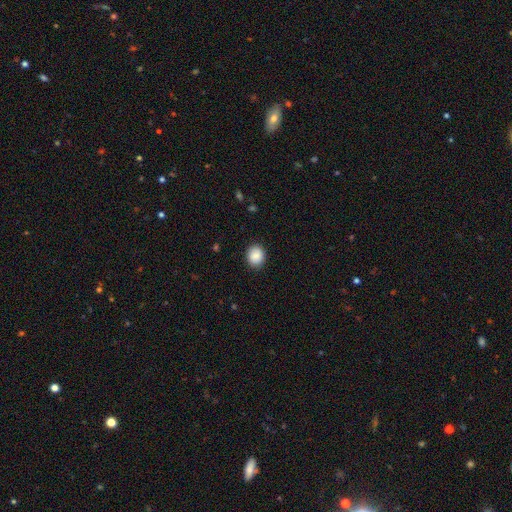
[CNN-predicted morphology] smooth 88%, star or artifact 8%, featured or disk 4%. Down the decision tree: how rounded — round (63%); merging — none (89%).